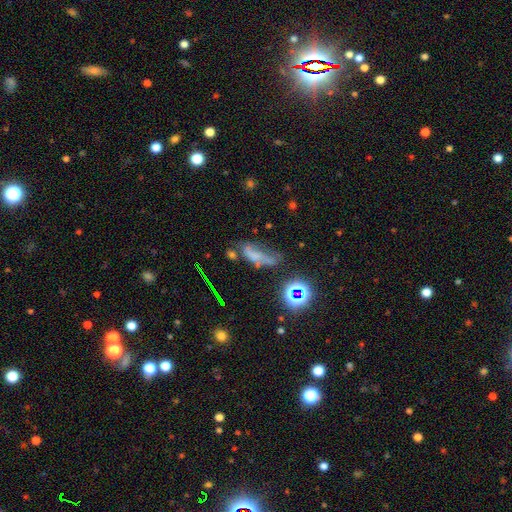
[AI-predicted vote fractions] A smooth galaxy with no disk features (41%).

Vote fractions:
- Smooth or featured? smooth: 41% / featured or disk: 32% / star or artifact: 27%
- Merging? major disturbance: 31% / none: 30% / minor disturbance: 24% / merger: 15%